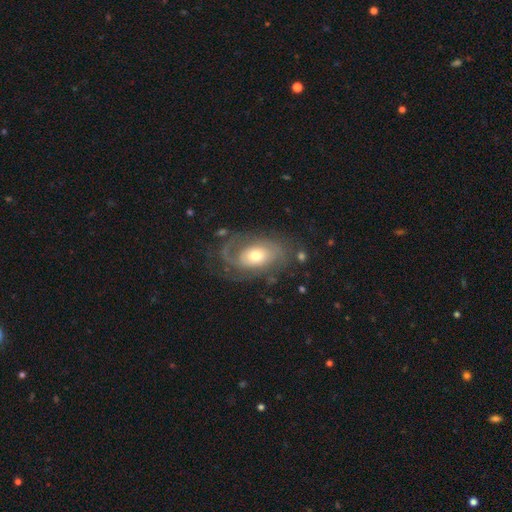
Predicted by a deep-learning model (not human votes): Morphology: type=featured or disk (79%); edge-on=no (96%); bar=no (74%); spiral arms=yes (90%); winding=tight (48%); arm count=2 (42%); bulge=moderate (69%); merging=none (66%).